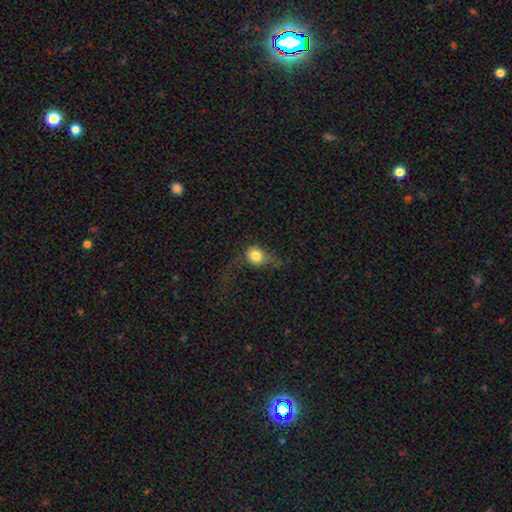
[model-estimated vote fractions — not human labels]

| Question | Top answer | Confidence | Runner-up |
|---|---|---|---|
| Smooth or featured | smooth | 75% | featured or disk (14%) |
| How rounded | round | 67% | in between (30%) |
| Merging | major disturbance | 38% | none (33%) |